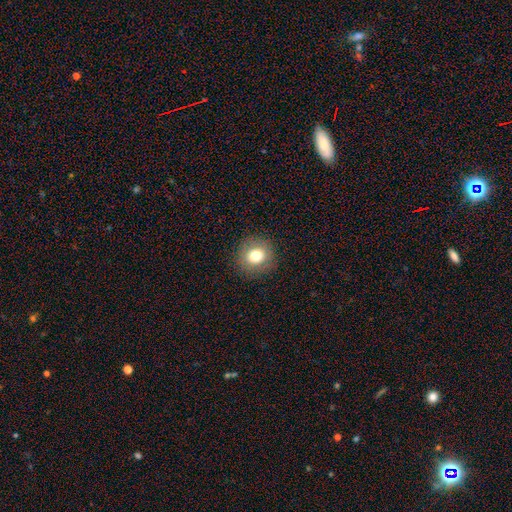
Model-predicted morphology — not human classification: A smooth galaxy with no disk features (76%) that is round (90%).

Vote fractions:
- Smooth or featured? smooth: 76% / featured or disk: 13% / star or artifact: 12%
- How rounded? round: 90% / in between: 9% / cigar-shaped: 1%
- Merging? none: 89% / minor disturbance: 7% / major disturbance: 3% / merger: 1%